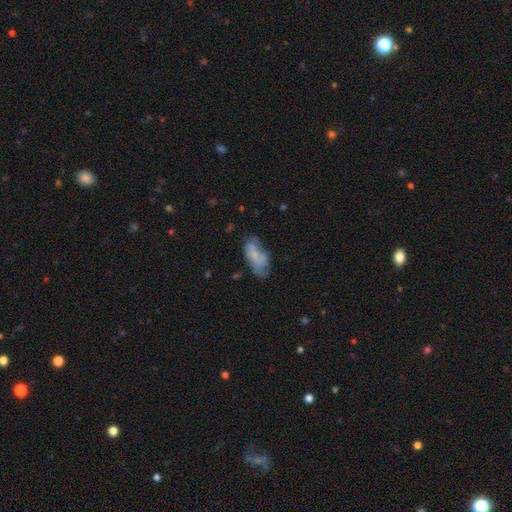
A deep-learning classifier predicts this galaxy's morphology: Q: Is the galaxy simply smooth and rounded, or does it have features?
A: smooth — 53%.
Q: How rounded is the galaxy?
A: in between — 87%.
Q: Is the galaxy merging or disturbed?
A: none — 46%.